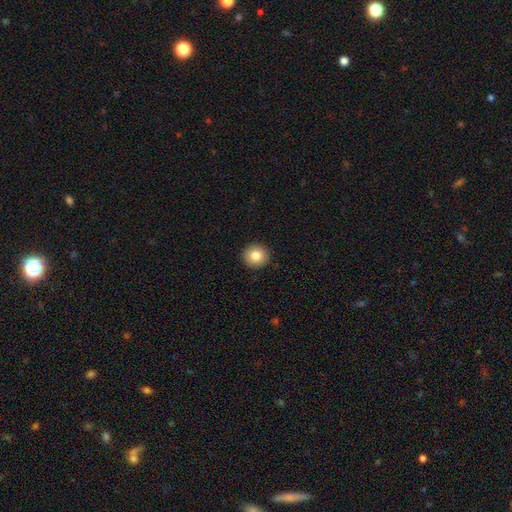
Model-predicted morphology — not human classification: type=smooth (82%); roundness=round (93%); merging=none (93%).